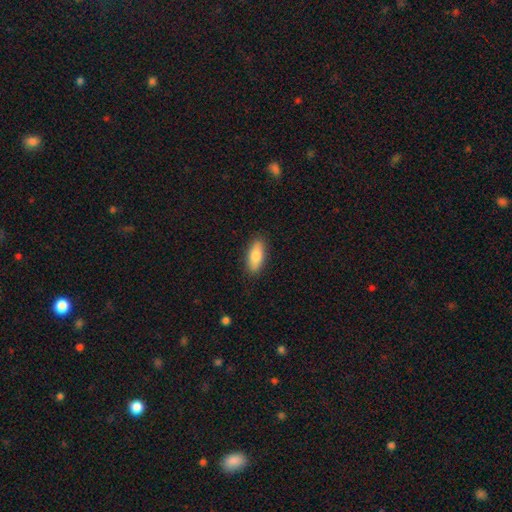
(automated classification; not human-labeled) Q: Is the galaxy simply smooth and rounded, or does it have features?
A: smooth — 82%.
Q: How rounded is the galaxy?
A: in between — 75%.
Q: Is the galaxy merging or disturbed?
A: none — 87%.